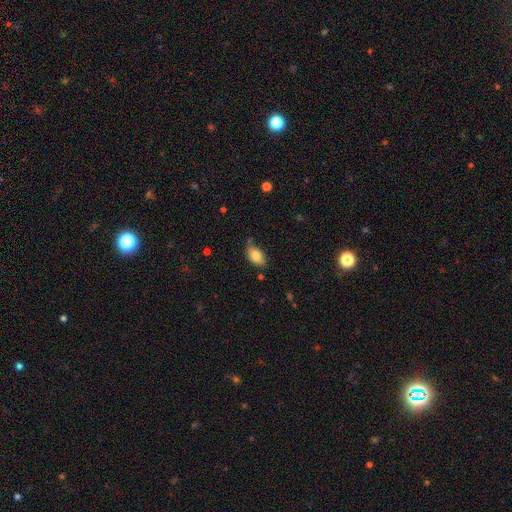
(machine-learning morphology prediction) Smooth or featured? Predicted: smooth (p=0.80). How rounded? Predicted: in between (p=0.92). Merging? Predicted: none (p=0.67).